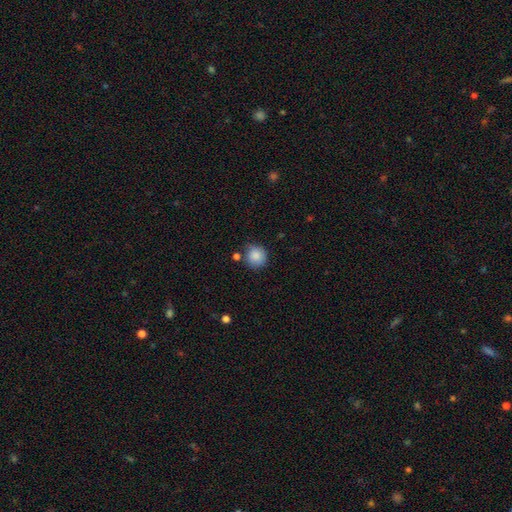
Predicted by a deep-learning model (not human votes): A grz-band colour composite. It shows a smooth galaxy with no disk features (87%) that is round (91%). Merging: none (75%).